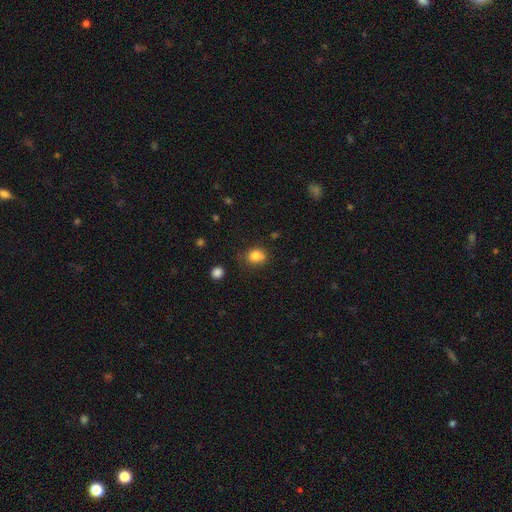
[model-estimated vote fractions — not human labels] Smooth or featured? Predicted: smooth (p=0.82). How rounded? Predicted: round (p=0.59). Merging? Predicted: none (p=0.65).